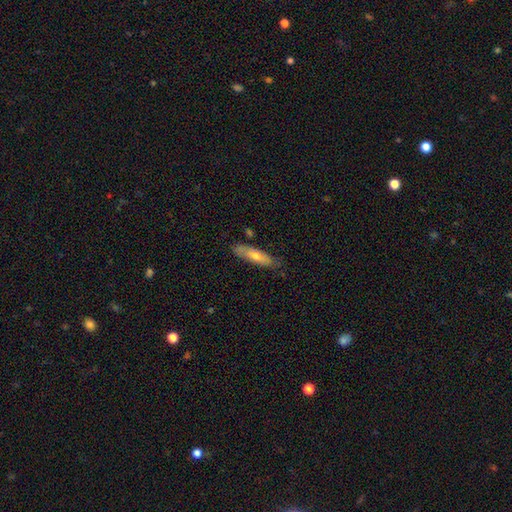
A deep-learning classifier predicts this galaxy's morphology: Overall: smooth (53%; featured or disk 40%). How rounded: cigar-shaped (64%; in between 34%). Merging: none (76%).